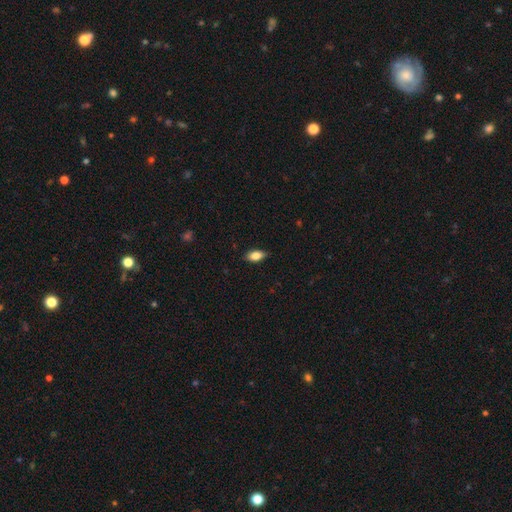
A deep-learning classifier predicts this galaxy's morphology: Smooth or featured?
  - smooth: 82% *
  - featured or disk: 11%
  - star or artifact: 7%
How rounded?
  - in between: 88% *
  - cigar-shaped: 7%
  - round: 4%
Merging?
  - none: 84% *
  - minor disturbance: 13%
  - major disturbance: 2%
  - merger: 1%